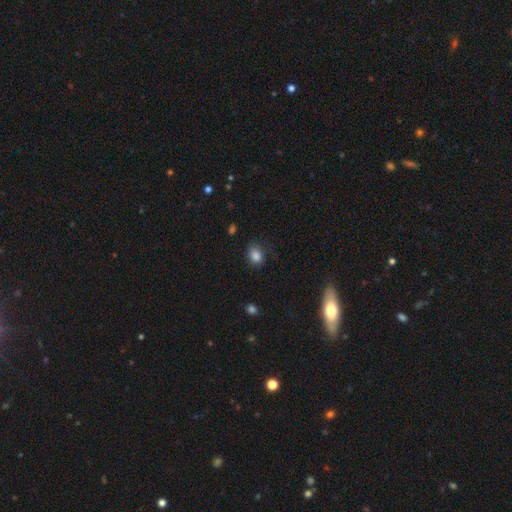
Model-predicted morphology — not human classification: The model was most divided on "how rounded": in between: 54%, round: 45%, cigar-shaped: 1%. More confident: smooth or featured — smooth (84%); merging — none (71%).